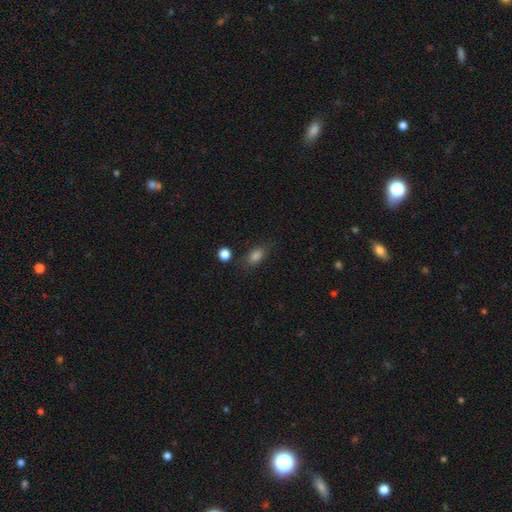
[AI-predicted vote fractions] Smooth or featured?
  - smooth: 81% *
  - star or artifact: 12%
  - featured or disk: 7%
How rounded?
  - in between: 82% *
  - round: 12%
  - cigar-shaped: 6%
Merging?
  - none: 76% *
  - minor disturbance: 16%
  - major disturbance: 5%
  - merger: 4%